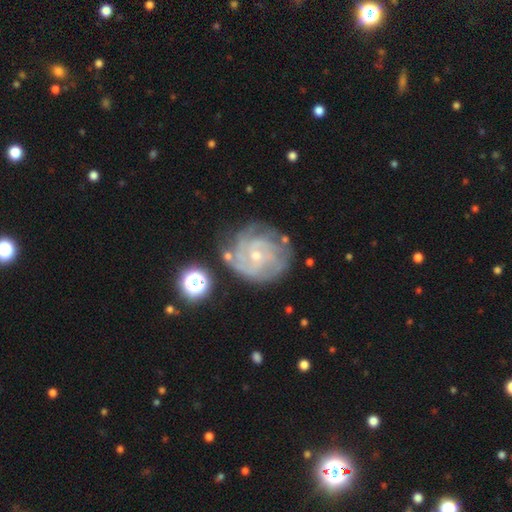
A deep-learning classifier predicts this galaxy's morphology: featured or disk 84%, smooth 9%, star or artifact 7%. Down the decision tree: edge-on disk — no (98%); bar — no (67%); spiral arms — yes (94%); spiral arm count — can't tell (35%); spiral winding — tight (67%); bulge size — small (65%); merging — none (66%).